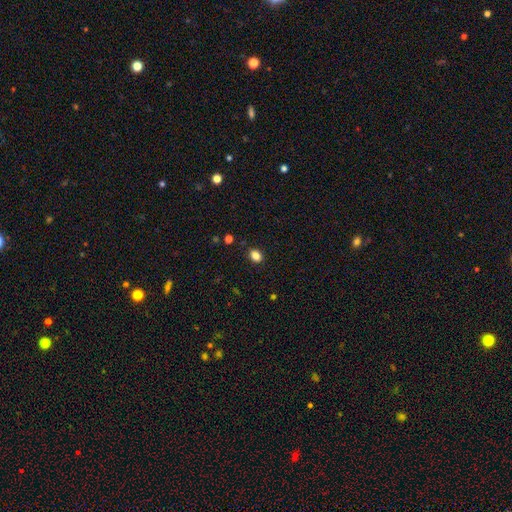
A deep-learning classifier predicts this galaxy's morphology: Smooth or featured? Predicted: smooth (p=0.84). How rounded? Predicted: in between (p=0.58). Merging? Predicted: none (p=0.87).